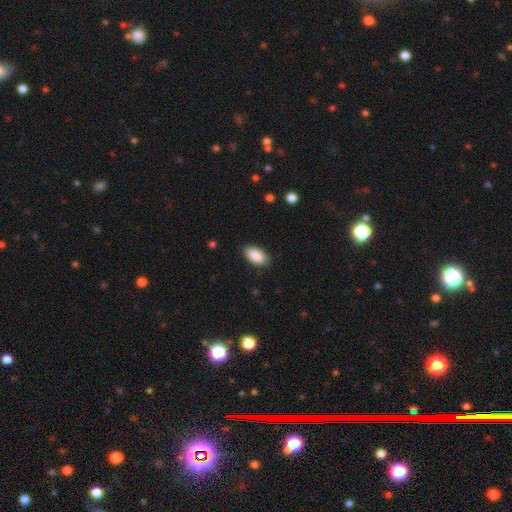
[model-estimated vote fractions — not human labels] Smooth or featured: smooth — 90% (star or artifact — 6%)
How rounded: in between — 95% (cigar-shaped — 3%)
Merging: none — 88% (minor disturbance — 9%)